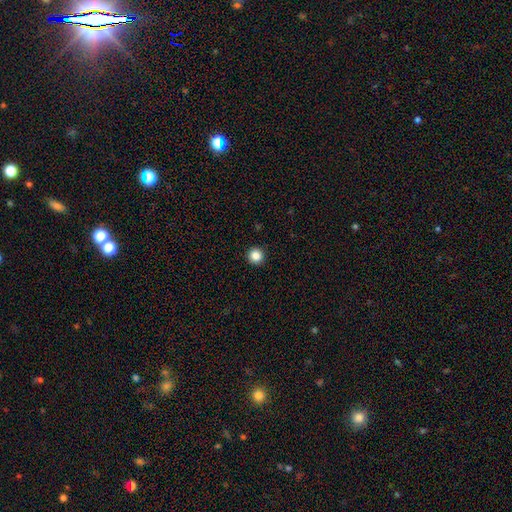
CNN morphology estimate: Smooth or featured: smooth — 85% (star or artifact — 11%)
How rounded: round — 96% (in between — 3%)
Merging: none — 94% (minor disturbance — 4%)